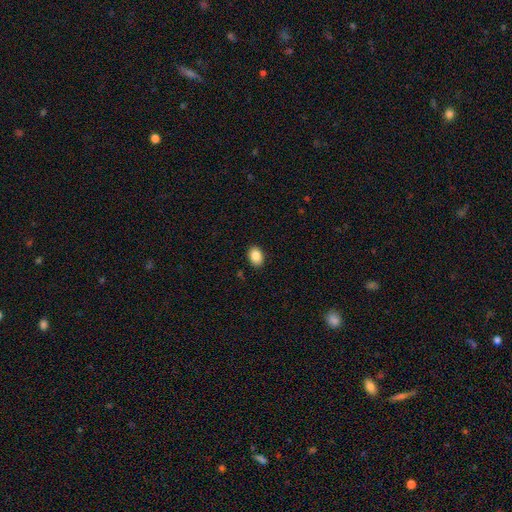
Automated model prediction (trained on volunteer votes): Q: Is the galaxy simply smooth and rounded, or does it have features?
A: smooth — 86%.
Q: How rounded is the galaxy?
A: in between — 78%.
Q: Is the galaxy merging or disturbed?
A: none — 89%.